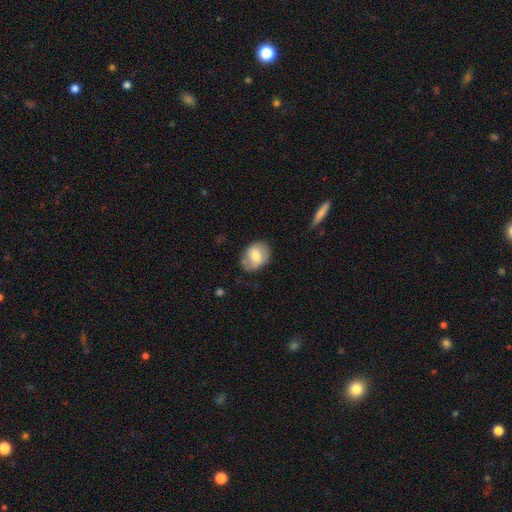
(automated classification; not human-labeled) The model was most divided on "how rounded": in between: 64%, round: 35%, cigar-shaped: 1%. More confident: merging — none (70%); smooth or featured — smooth (68%).